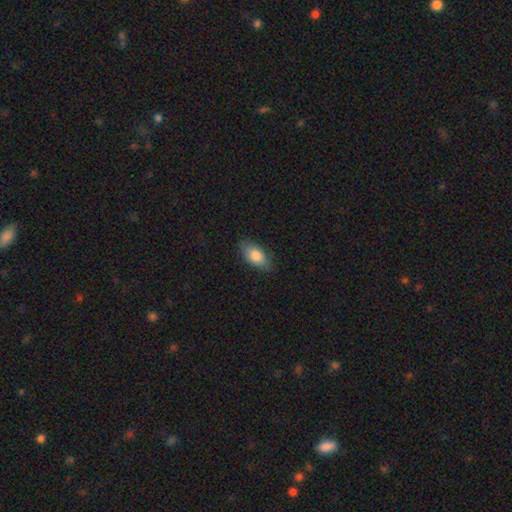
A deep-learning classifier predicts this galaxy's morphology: Smooth or featured? Predicted: smooth (p=0.81). How rounded? Predicted: in between (p=0.91). Merging? Predicted: none (p=0.80).